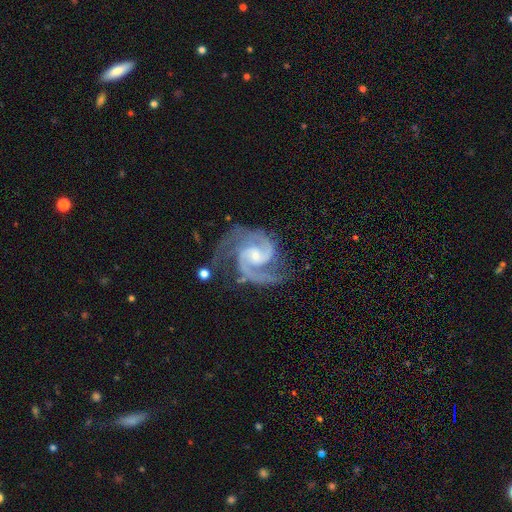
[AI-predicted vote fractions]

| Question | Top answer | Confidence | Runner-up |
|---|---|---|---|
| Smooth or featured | featured or disk | 94% | star or artifact (4%) |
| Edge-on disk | no | 98% | yes (2%) |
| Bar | weak | 44% | no (43%) |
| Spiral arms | yes | 99% | no (1%) |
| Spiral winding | medium | 61% | tight (31%) |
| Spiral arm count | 2 | 86% | 3 (8%) |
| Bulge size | small | 60% | moderate (32%) |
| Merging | none | 66% | minor disturbance (21%) |